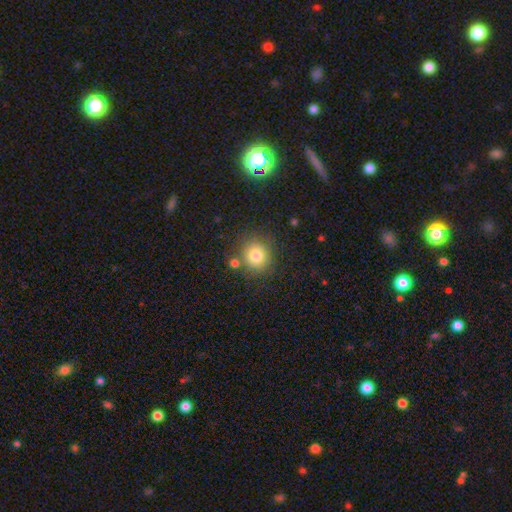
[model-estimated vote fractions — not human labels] The model was most divided on "merging": none: 77%, minor disturbance: 11%, merger: 9%, major disturbance: 4%. More confident: how rounded — round (88%); smooth or featured — smooth (80%).